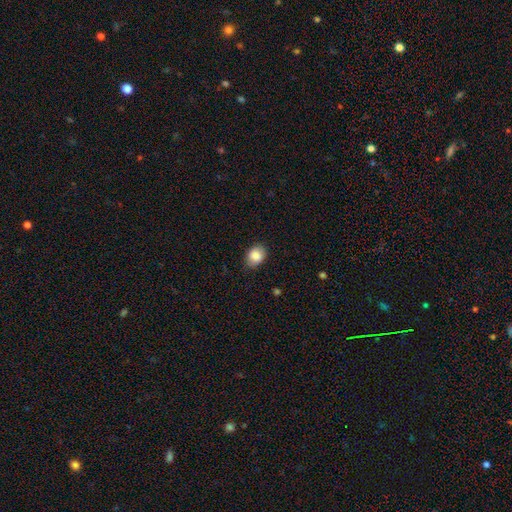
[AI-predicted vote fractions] A smooth galaxy with no disk features (87%) that is in between round and cigar-shaped (66%).

Vote fractions:
- Smooth or featured? smooth: 87% / star or artifact: 8% / featured or disk: 6%
- How rounded? in between: 66% / round: 34% / cigar-shaped: 1%
- Merging? none: 83% / minor disturbance: 14% / major disturbance: 3% / merger: 1%